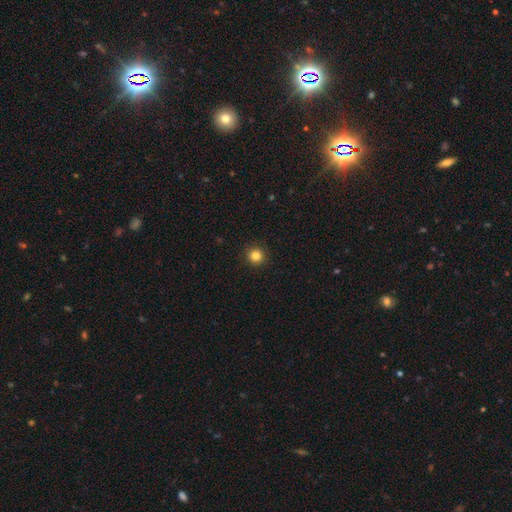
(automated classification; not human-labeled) smooth 83%, star or artifact 12%, featured or disk 4%. Down the decision tree: how rounded — round (95%); merging — none (93%).